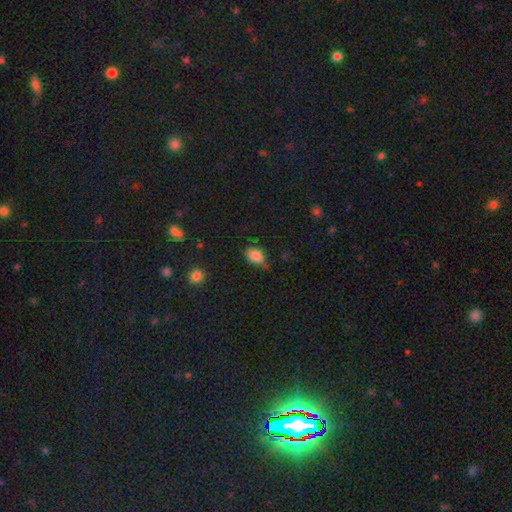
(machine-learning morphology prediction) smooth_or_featured: smooth (p=0.85) [alt: star or artifact p=0.09]
how_rounded: in between (p=0.75) [alt: round p=0.23]
merging: none (p=0.65) [alt: minor disturbance p=0.26]